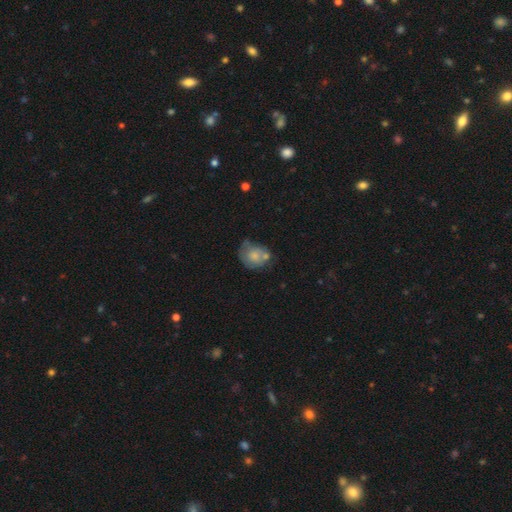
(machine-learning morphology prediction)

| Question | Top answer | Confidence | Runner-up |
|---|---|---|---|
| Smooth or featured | smooth | 62% | featured or disk (30%) |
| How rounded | round | 56% | in between (43%) |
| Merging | none | 35% | minor disturbance (28%) |